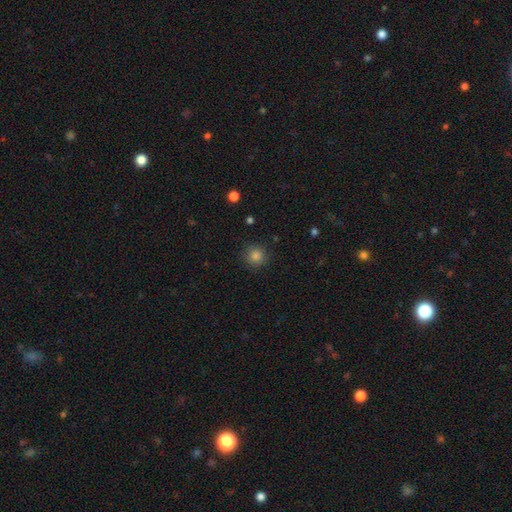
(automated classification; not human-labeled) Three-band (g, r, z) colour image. It shows a smooth galaxy with no disk features (83%) that is round (93%). Merging: none (89%).